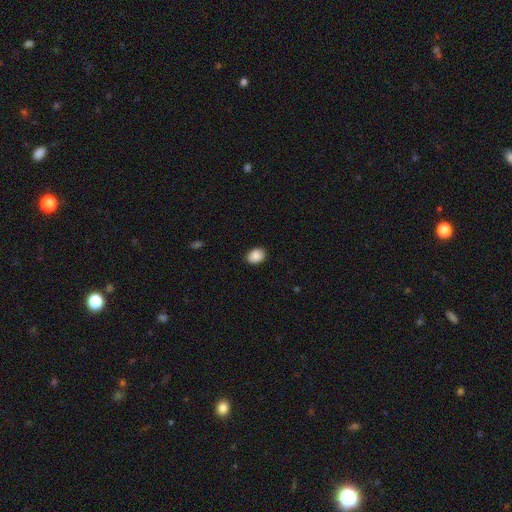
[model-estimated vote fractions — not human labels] smooth-or-featured: smooth: 89% | star or artifact: 7% | featured or disk: 3%
  how-rounded: in between: 64% | round: 35% | cigar-shaped: 1%
  merging: none: 87% | minor disturbance: 10% | major disturbance: 2% | merger: 1%